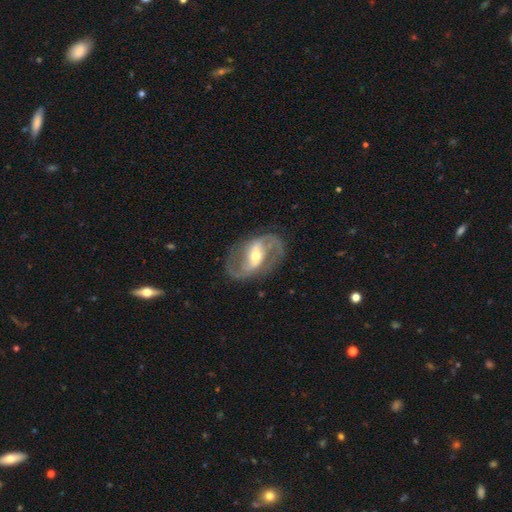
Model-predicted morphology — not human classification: Smooth or featured? featured or disk (87%)
Edge-on disk? no (96%)
Bar? strong (49%)
Spiral arms? yes (92%)
Spiral winding? medium (50%)
Spiral arm count? 2 (91%)
Bulge size? moderate (58%)
Merging? none (78%)